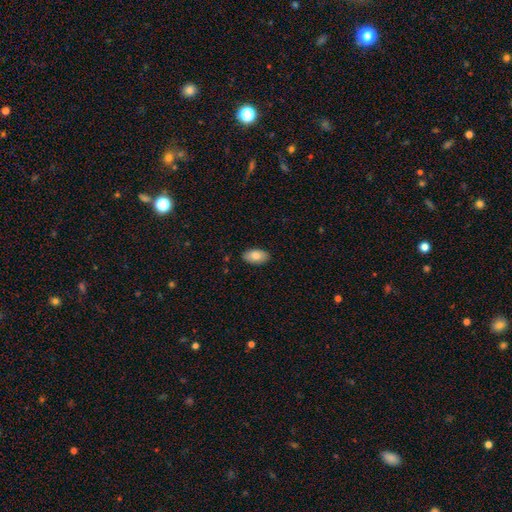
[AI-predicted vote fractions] This appears to be a smooth galaxy with no disk features (83%) that is in between round and cigar-shaped (94%). Merging: none (88%).